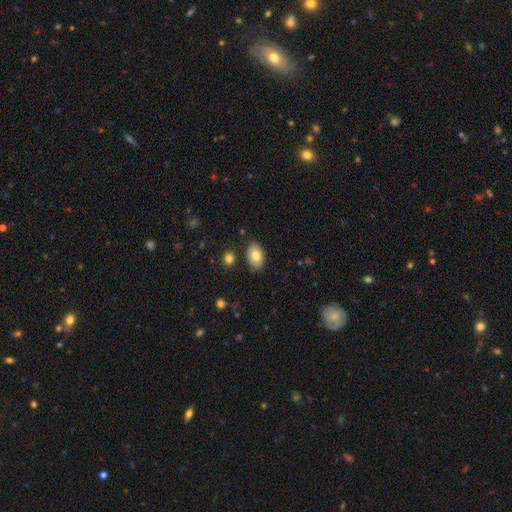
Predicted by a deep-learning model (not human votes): A smooth galaxy with no disk features (77%) that is in between round and cigar-shaped (89%). Merging: none (82%).